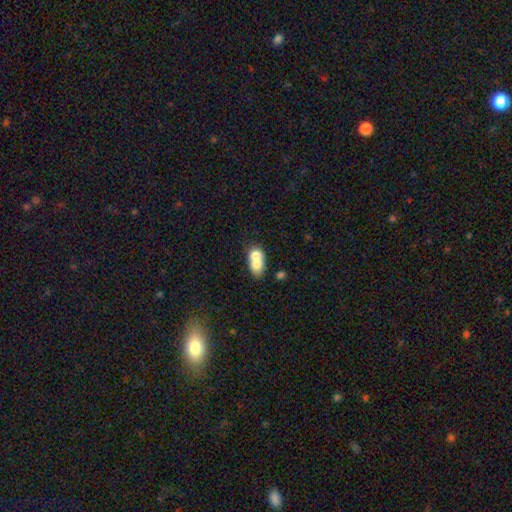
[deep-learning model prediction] Smooth or featured?
  - smooth: 69% *
  - featured or disk: 23%
  - star or artifact: 8%
How rounded?
  - in between: 63% *
  - round: 34%
  - cigar-shaped: 2%
Merging?
  - merger: 71% *
  - none: 19%
  - minor disturbance: 6%
  - major disturbance: 4%